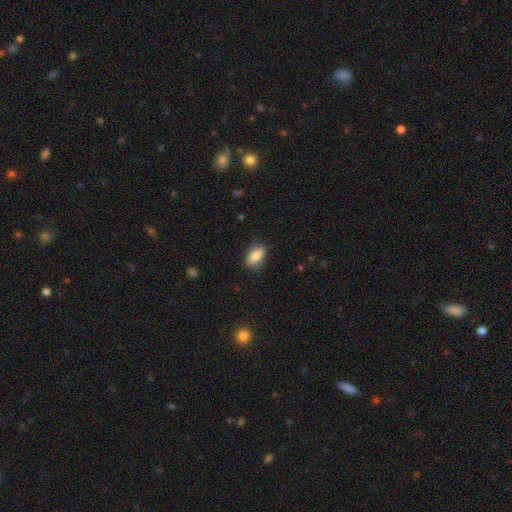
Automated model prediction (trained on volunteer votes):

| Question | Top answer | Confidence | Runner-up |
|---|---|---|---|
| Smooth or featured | smooth | 81% | featured or disk (12%) |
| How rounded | in between | 83% | cigar-shaped (11%) |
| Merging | none | 80% | minor disturbance (15%) |